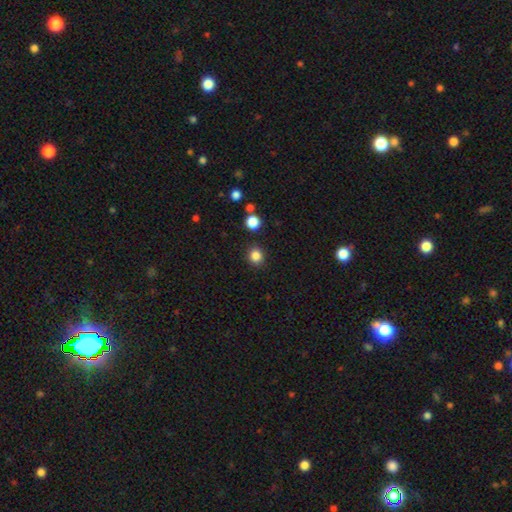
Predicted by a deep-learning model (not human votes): Morphology: type=smooth (85%); roundness=round (84%); merging=none (90%).